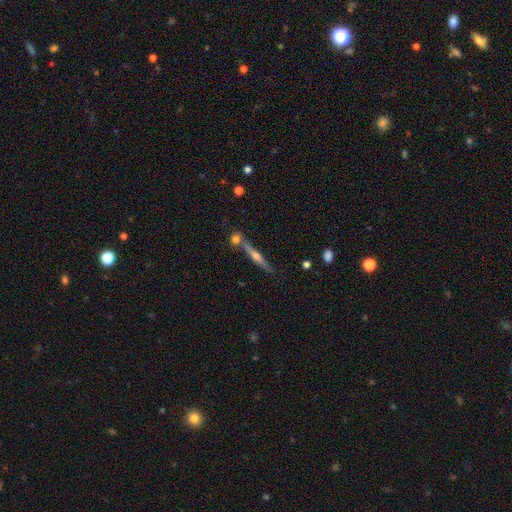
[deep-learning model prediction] Smooth or featured? Predicted: featured or disk (p=0.65). Edge-on disk? Predicted: yes (p=0.96). Edge-on bulge? Predicted: rounded (p=0.82). Merging? Predicted: none (p=0.74).